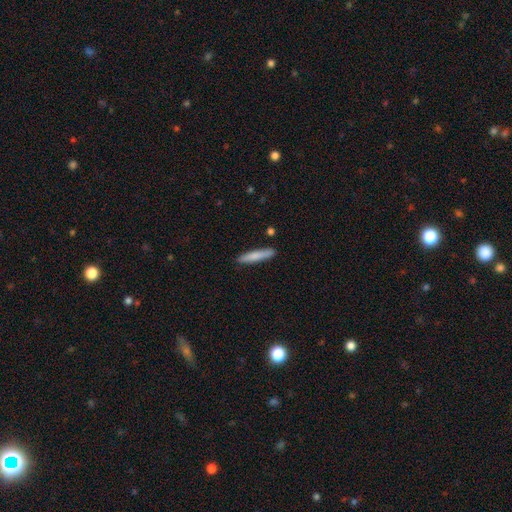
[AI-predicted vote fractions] Q: Smooth or featured?
A: smooth (78%); runner-up: featured or disk (17%)
Q: How rounded?
A: cigar-shaped (92%); runner-up: in between (7%)
Q: Merging?
A: none (88%); runner-up: minor disturbance (9%)